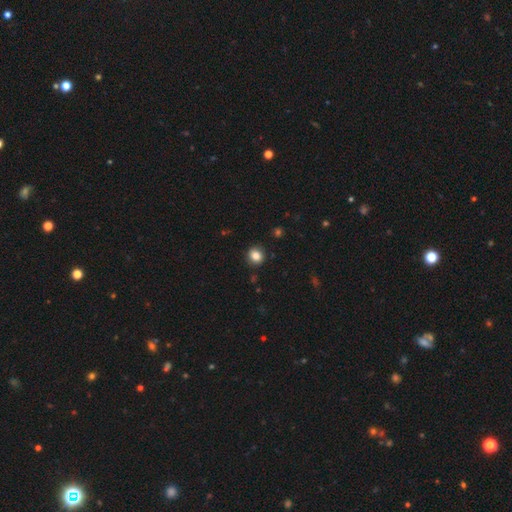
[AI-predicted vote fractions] A smooth galaxy with no disk features (84%) that is round (82%).

Vote fractions:
- Smooth or featured? smooth: 84% / star or artifact: 11% / featured or disk: 5%
- How rounded? round: 82% / in between: 17% / cigar-shaped: 1%
- Merging? none: 90% / minor disturbance: 7% / major disturbance: 2% / merger: 1%